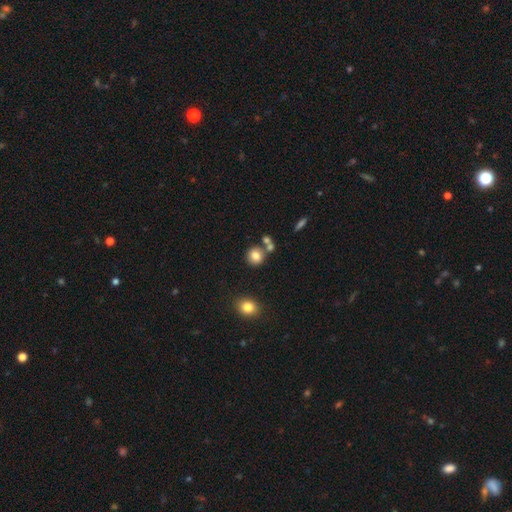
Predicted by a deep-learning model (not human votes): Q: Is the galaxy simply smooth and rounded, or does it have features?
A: smooth — 80%.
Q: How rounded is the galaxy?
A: round — 83%.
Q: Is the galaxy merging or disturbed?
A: none — 67%.